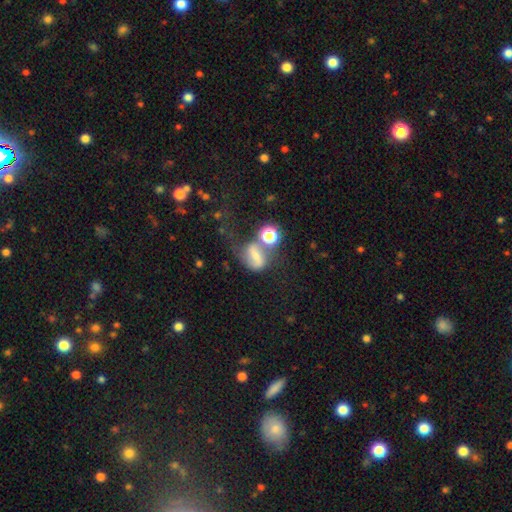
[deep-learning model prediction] Q: Smooth or featured?
A: featured or disk (41%); tied with: smooth (41%)
Q: Merging?
A: none (33%); runner-up: merger (27%)